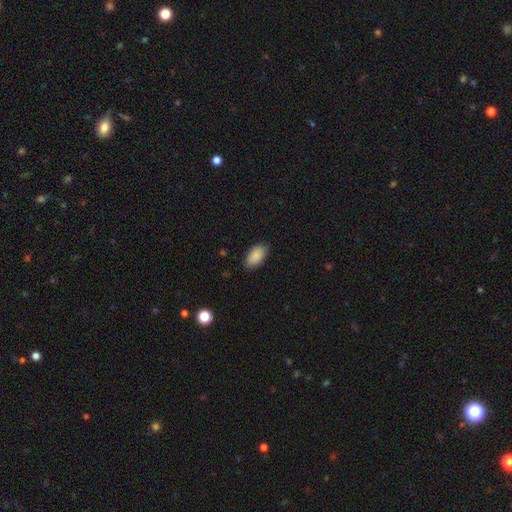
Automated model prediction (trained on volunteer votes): Smooth or featured: smooth — 89% (star or artifact — 6%)
How rounded: in between — 94% (round — 3%)
Merging: none — 83% (minor disturbance — 13%)